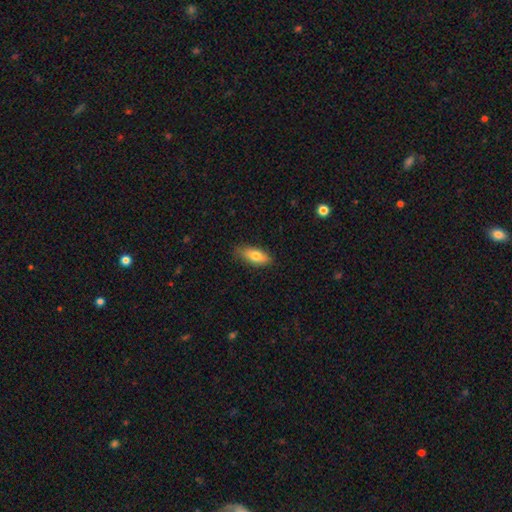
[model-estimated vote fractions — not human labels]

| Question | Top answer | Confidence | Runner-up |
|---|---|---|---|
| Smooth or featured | smooth | 77% | featured or disk (17%) |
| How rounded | in between | 78% | cigar-shaped (19%) |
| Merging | none | 81% | minor disturbance (15%) |